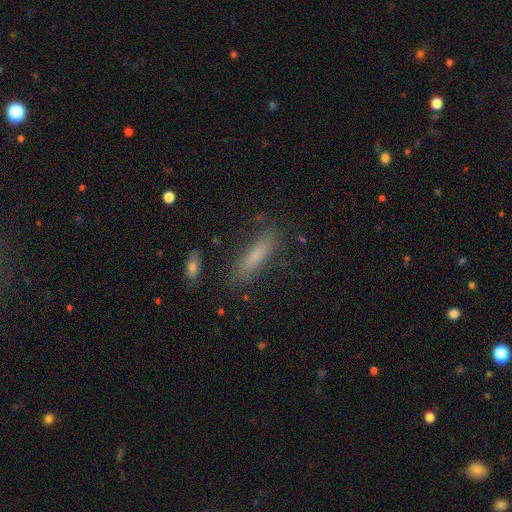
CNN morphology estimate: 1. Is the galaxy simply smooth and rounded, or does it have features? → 67% smooth, 22% featured or disk, 11% star or artifact.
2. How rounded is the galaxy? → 75% cigar-shaped, 23% in between, 2% round.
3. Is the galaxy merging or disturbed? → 81% none, 12% minor disturbance, 4% major disturbance, 2% merger.